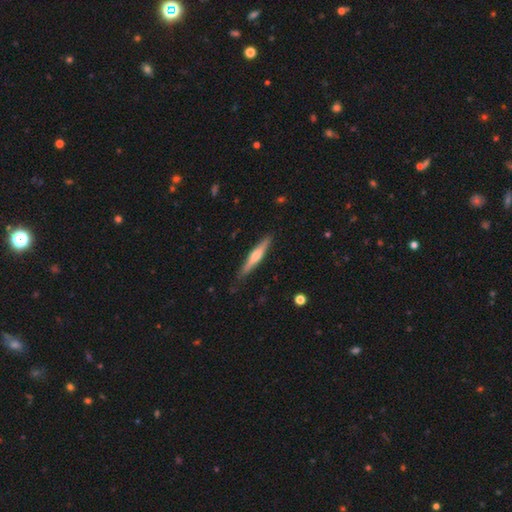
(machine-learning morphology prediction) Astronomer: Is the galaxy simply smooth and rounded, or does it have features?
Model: featured or disk — 54% (runner-up: smooth, 41%).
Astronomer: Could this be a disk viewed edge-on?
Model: yes — 97%.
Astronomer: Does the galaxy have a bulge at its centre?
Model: rounded — 78%.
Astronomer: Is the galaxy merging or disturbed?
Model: none — 88%.